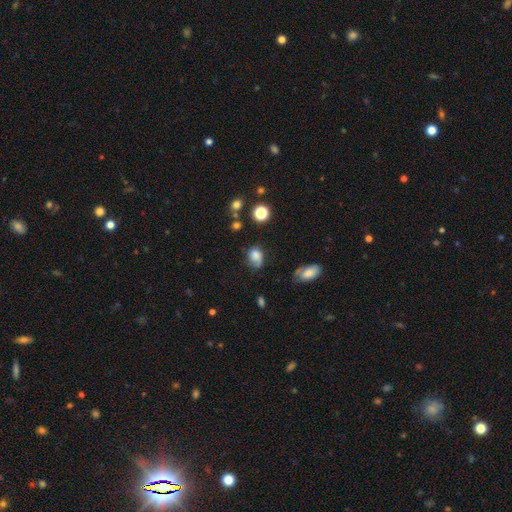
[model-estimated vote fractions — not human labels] Overall: smooth (76%). How rounded: in between (64%; round 34%). Merging: none (50%; minor disturbance 33%).